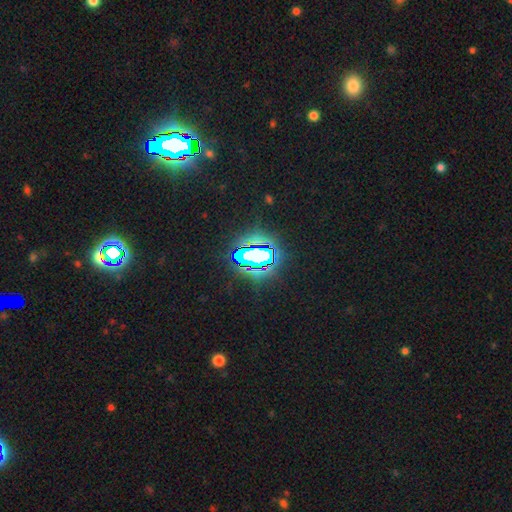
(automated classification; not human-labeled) Q: Smooth or featured?
A: star or artifact (68%); runner-up: smooth (19%)